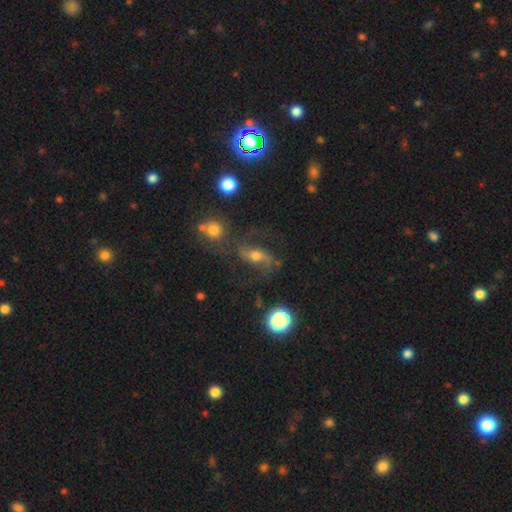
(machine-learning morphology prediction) Smooth or featured? featured or disk (70%)
Edge-on disk? no (94%)
Bar? no (41%)
Spiral arms? yes (92%)
Spiral winding? loose (70%)
Spiral arm count? 2 (90%)
Bulge size? moderate (60%)
Merging? none (61%)